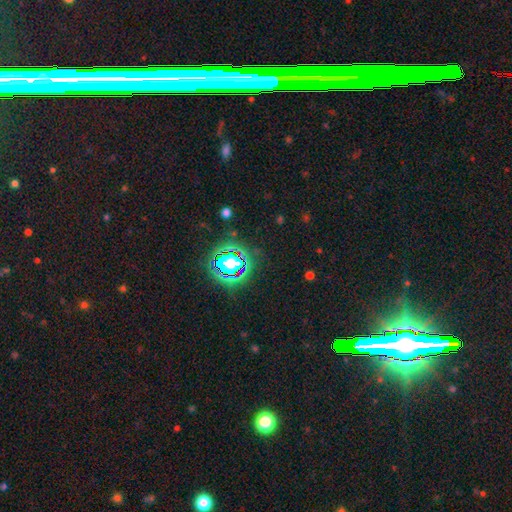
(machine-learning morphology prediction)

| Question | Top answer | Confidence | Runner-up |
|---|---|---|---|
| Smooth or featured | star or artifact | 76% | smooth (15%) |